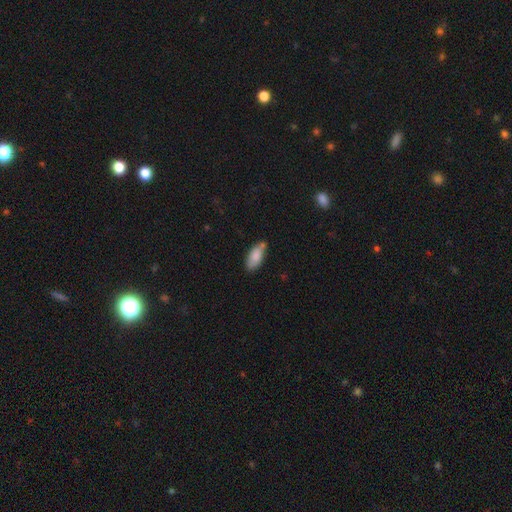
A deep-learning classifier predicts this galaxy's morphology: type=smooth (83%); roundness=in between (86%); merging=none (60%).